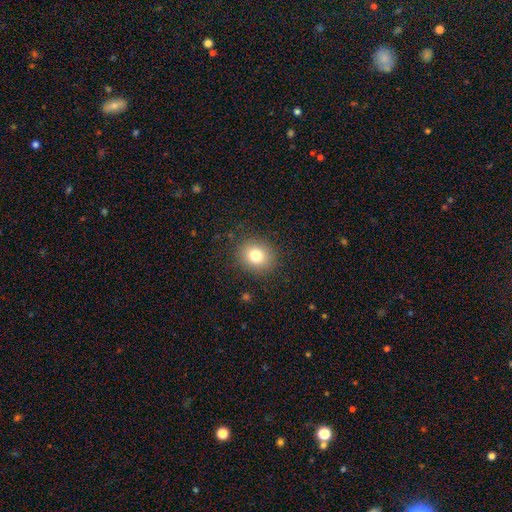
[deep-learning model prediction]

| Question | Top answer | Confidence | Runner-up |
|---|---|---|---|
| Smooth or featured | smooth | 79% | star or artifact (12%) |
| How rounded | round | 76% | in between (24%) |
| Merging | none | 88% | minor disturbance (8%) |